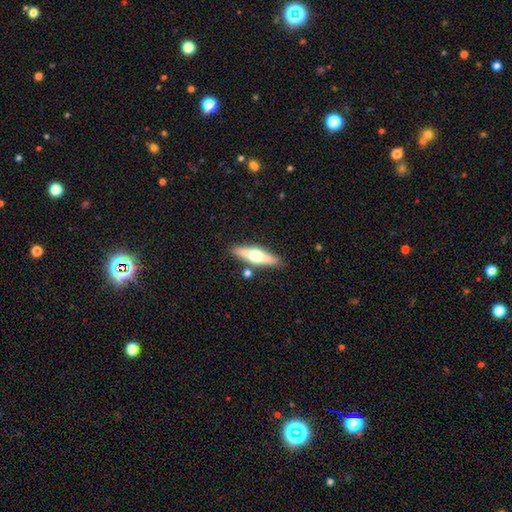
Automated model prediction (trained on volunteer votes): Smooth or featured? Predicted: featured or disk (p=0.51). Edge-on disk? Predicted: yes (p=0.92). Merging? Predicted: none (p=0.84).